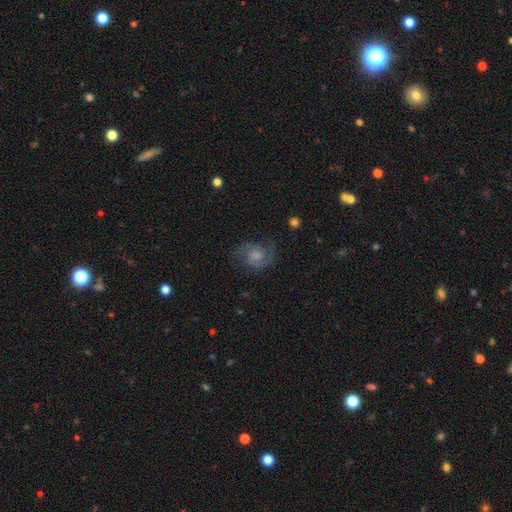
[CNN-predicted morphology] Smooth or featured? featured or disk (84%)
Edge-on disk? no (98%)
Bar? no (61%)
Spiral arms? yes (97%)
Spiral winding? medium (56%)
Spiral arm count? 2 (92%)
Bulge size? moderate (32%)
Merging? none (77%)